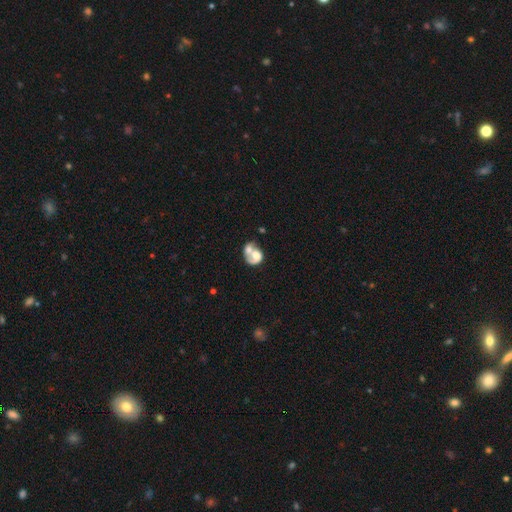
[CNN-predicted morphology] featured or disk 51%, smooth 41%, star or artifact 8%. Down the decision tree: edge-on disk — no (98%); merging — merger (63%).